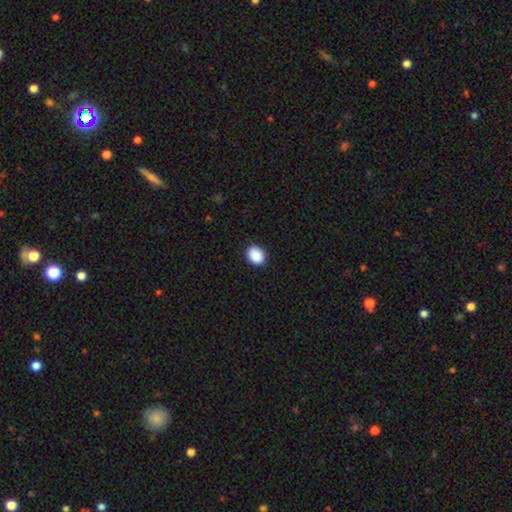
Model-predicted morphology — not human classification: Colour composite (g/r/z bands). It shows a smooth galaxy with no disk features (90%) that is round (50%, tied with in between). Merging: none (89%).